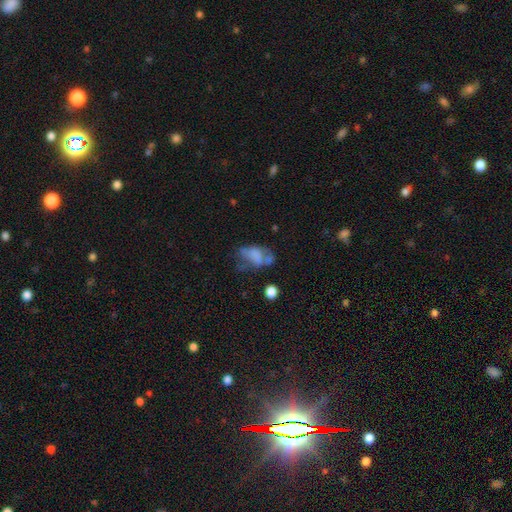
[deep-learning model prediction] A smooth galaxy with no disk features (56%) that is in between round and cigar-shaped (85%).

Vote fractions:
- Smooth or featured? smooth: 56% / featured or disk: 31% / star or artifact: 13%
- How rounded? in between: 85% / round: 12% / cigar-shaped: 4%
- Merging? major disturbance: 34% / none: 26% / minor disturbance: 23% / merger: 17%